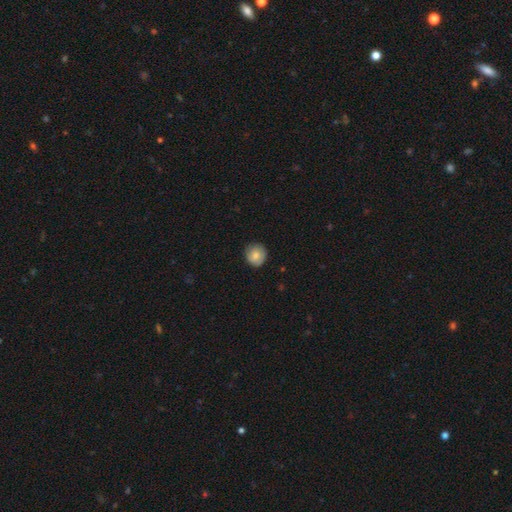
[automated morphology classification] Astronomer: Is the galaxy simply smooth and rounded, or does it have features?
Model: smooth — 78%.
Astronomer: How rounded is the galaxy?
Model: round — 90%.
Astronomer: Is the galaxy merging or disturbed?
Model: none — 82%.